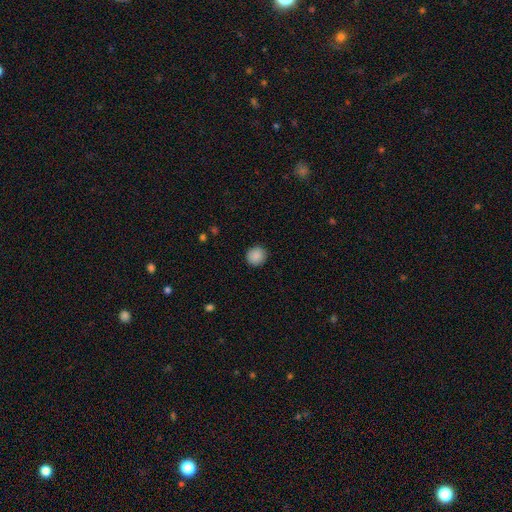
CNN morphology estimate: smooth 89%, star or artifact 8%, featured or disk 3%. Down the decision tree: how rounded — round (91%); merging — none (90%).